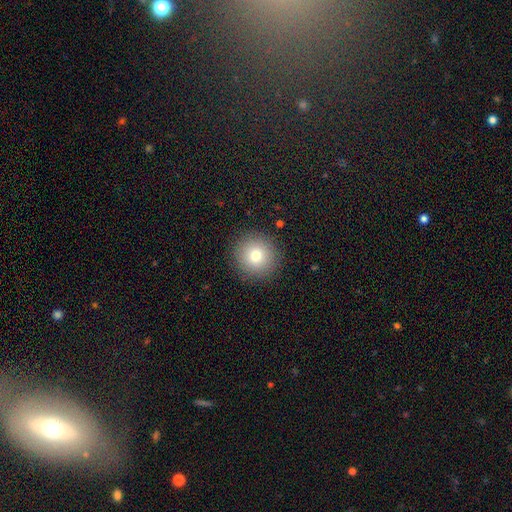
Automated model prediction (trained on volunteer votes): Q: Smooth or featured?
A: smooth (79%); runner-up: star or artifact (11%)
Q: How rounded?
A: round (95%); runner-up: in between (4%)
Q: Merging?
A: none (91%); runner-up: minor disturbance (6%)